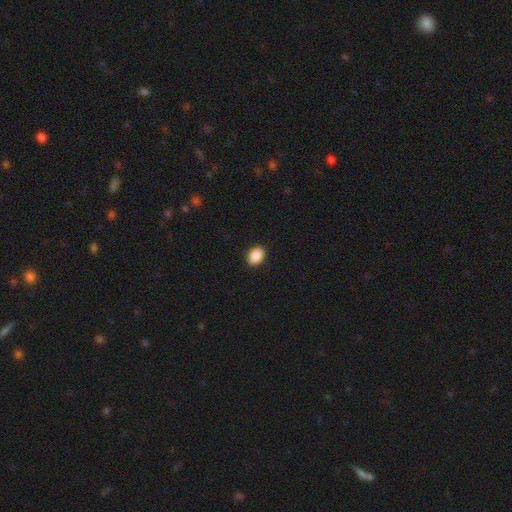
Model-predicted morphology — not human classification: A smooth galaxy with no disk features (89%) that is in between round and cigar-shaped (71%). Merging: none (91%).